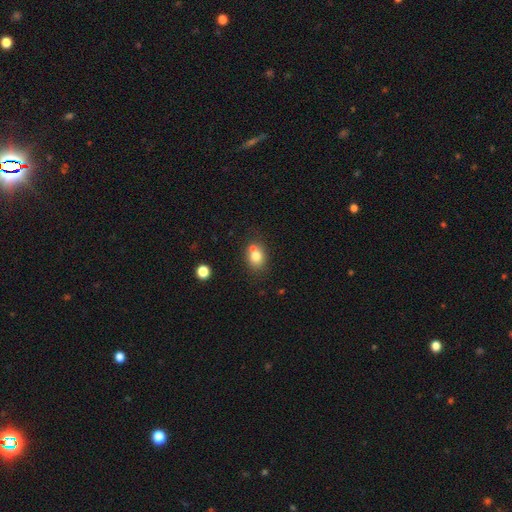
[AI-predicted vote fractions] smooth_or_featured: smooth (p=0.75) [alt: featured or disk p=0.14]
how_rounded: round (p=0.50) [alt: in between p=0.49]
merging: none (p=0.53) [alt: merger p=0.29]